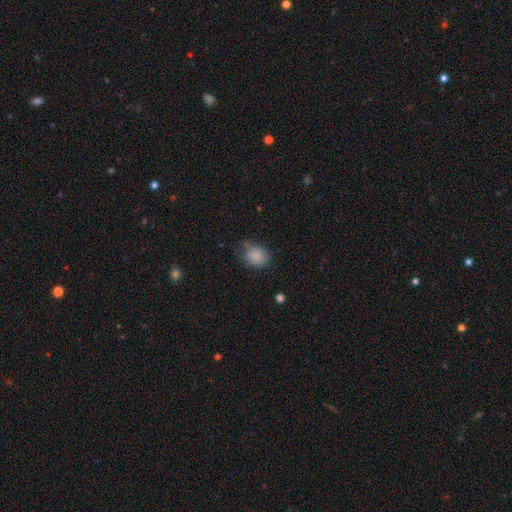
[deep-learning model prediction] This is clearly a smooth galaxy (86%). How rounded: possibly round (50%). Merging: likely none (60%).